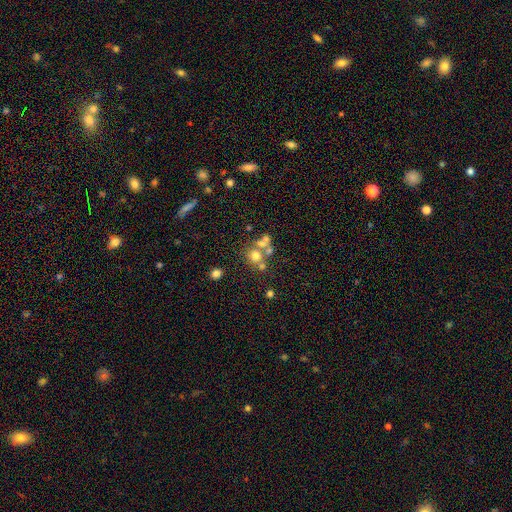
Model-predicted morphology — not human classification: Smooth or featured: smooth — 59% (featured or disk — 23%)
How rounded: round — 82% (in between — 17%)
Merging: none — 46% (merger — 40%)